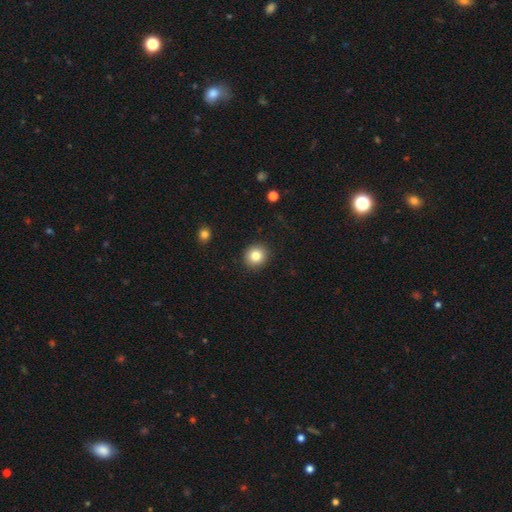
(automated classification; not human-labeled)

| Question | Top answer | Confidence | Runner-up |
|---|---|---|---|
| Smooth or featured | smooth | 83% | star or artifact (10%) |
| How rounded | round | 88% | in between (11%) |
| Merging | none | 91% | minor disturbance (6%) |